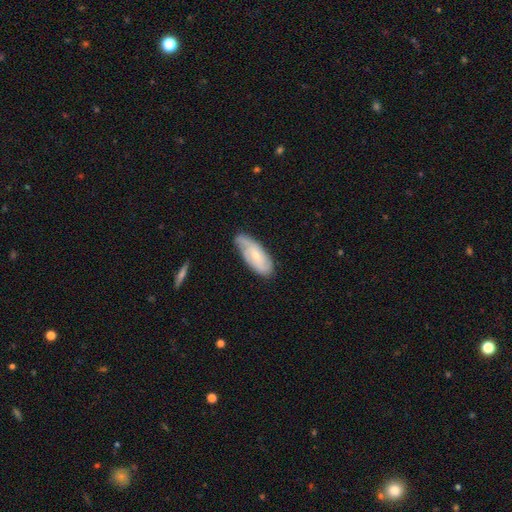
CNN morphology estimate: Overall: featured or disk (55%; smooth 38%). Edge-on disk: no (89%). Merging: none (62%; minor disturbance 29%).